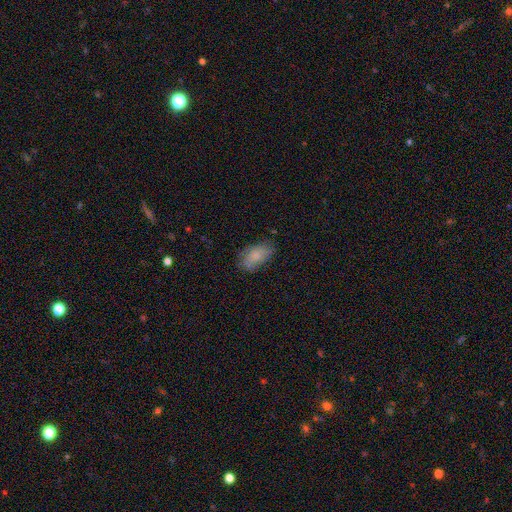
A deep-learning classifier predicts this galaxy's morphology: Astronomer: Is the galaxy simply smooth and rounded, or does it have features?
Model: smooth — 78%.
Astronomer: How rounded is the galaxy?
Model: in between — 92%.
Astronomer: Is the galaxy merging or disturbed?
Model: none — 72%.